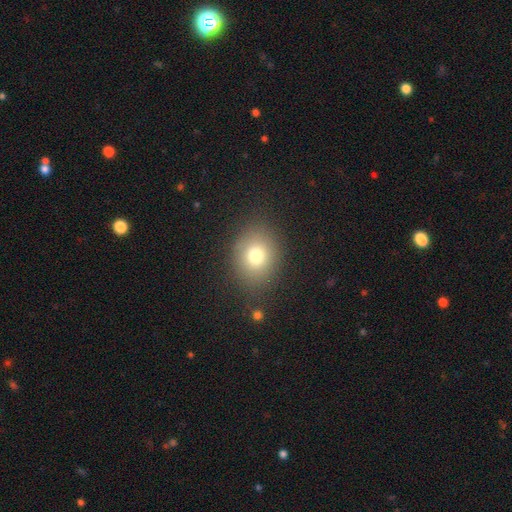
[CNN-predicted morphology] Smooth or featured: smooth — 75% (star or artifact — 14%)
How rounded: round — 57% (in between — 42%)
Merging: none — 83% (minor disturbance — 11%)